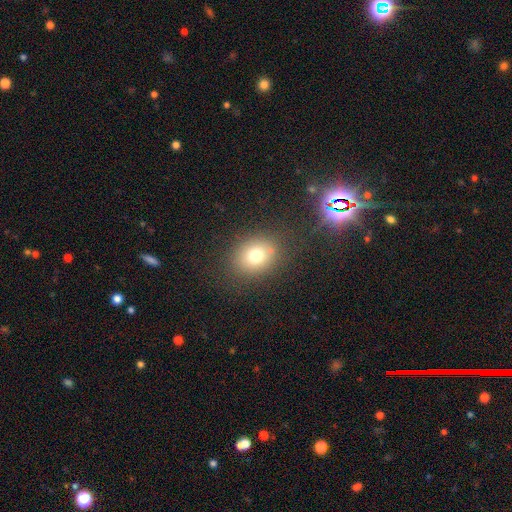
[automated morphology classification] Overall: smooth (73%). How rounded: round (54%; in between 46%). Merging: none (80%).